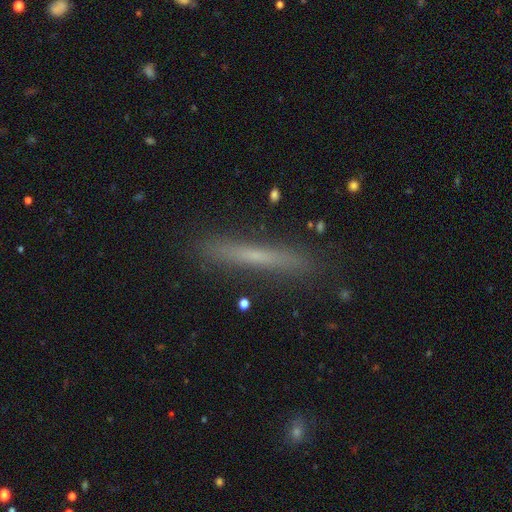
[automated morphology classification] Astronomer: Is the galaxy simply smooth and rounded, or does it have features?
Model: smooth — 52% (runner-up: featured or disk, 40%).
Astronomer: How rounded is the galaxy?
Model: cigar-shaped — 96%.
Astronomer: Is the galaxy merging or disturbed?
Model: none — 87%.